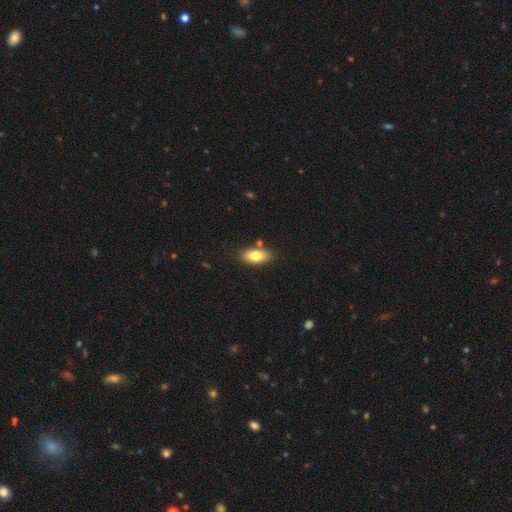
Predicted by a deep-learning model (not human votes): Morphology: type=smooth (79%); roundness=in between (88%); merging=none (80%).